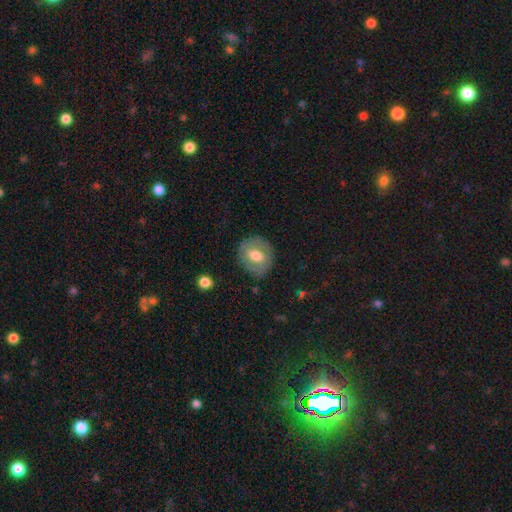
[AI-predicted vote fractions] This is possibly a smooth galaxy (53%). How rounded: likely round (66%). Merging: likely none (78%).